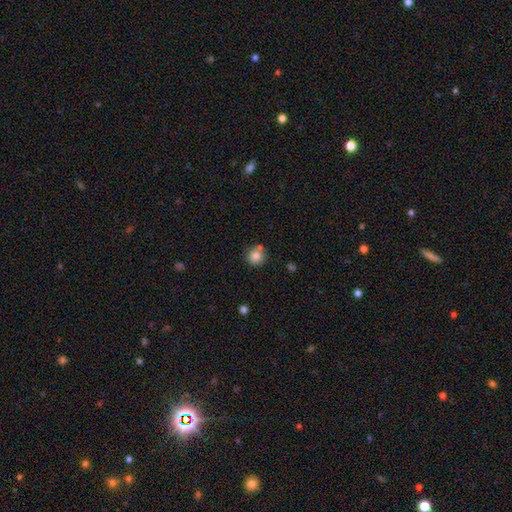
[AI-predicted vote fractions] smooth-or-featured: smooth: 83% | star or artifact: 10% | featured or disk: 7%
  how-rounded: round: 92% | in between: 7% | cigar-shaped: 1%
  merging: none: 69% | merger: 16% | minor disturbance: 12% | major disturbance: 3%